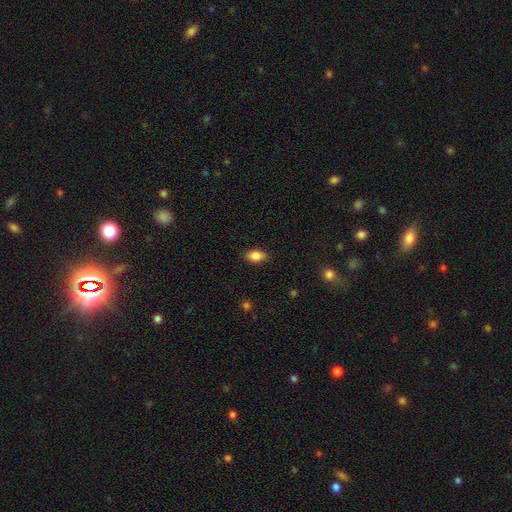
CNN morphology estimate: Q: Smooth or featured?
A: smooth (84%); runner-up: star or artifact (8%)
Q: How rounded?
A: in between (86%); runner-up: round (11%)
Q: Merging?
A: none (85%); runner-up: minor disturbance (12%)